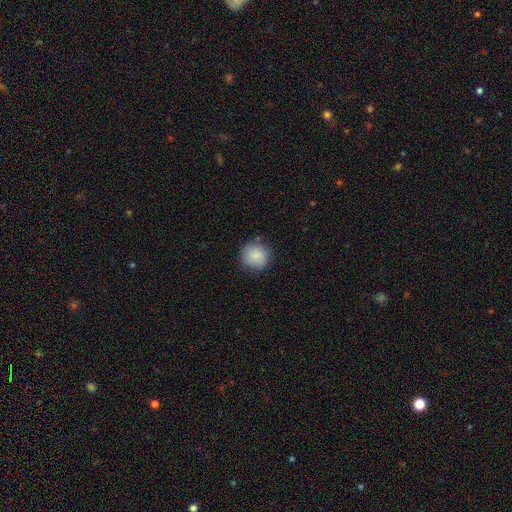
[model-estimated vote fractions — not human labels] A smooth galaxy with no disk features (87%) that is round (93%). Merging: none (85%).